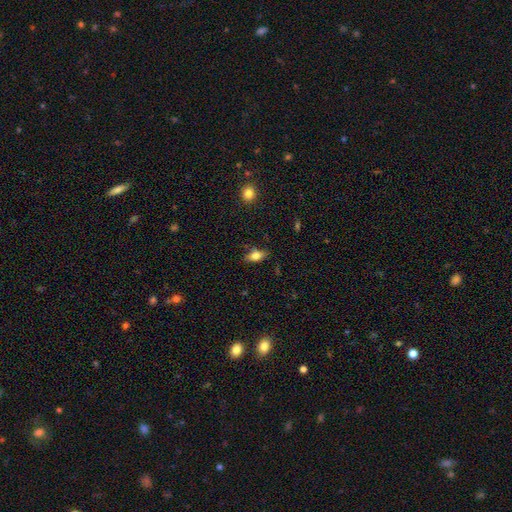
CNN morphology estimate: Smooth or featured?
  - smooth: 70% *
  - featured or disk: 21%
  - star or artifact: 9%
How rounded?
  - in between: 81% *
  - cigar-shaped: 12%
  - round: 7%
Merging?
  - none: 77% *
  - minor disturbance: 17%
  - major disturbance: 4%
  - merger: 2%